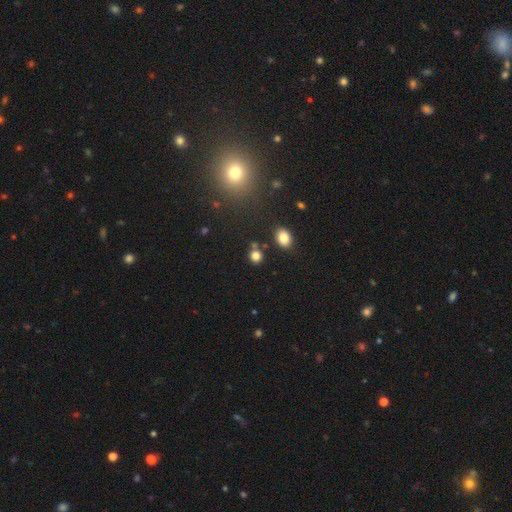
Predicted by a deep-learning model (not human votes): Morphology: type=smooth (81%); roundness=round (73%); merging=none (74%).